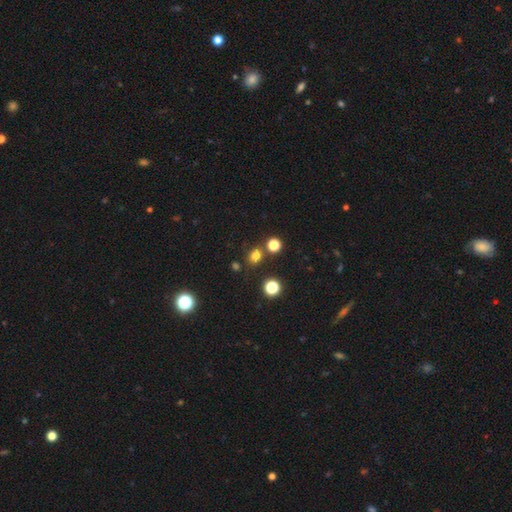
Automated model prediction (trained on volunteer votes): Smooth or featured? smooth (76%)
How rounded? round (60%)
Merging? none (77%)